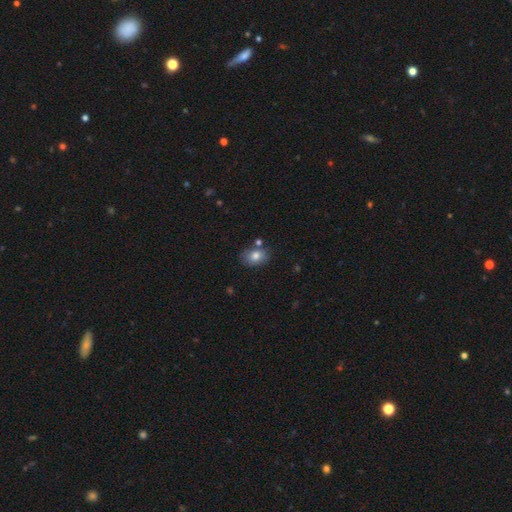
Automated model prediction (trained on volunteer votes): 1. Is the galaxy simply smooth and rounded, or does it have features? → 80% smooth, 11% featured or disk, 9% star or artifact.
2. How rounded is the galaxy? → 72% in between, 27% round, 1% cigar-shaped.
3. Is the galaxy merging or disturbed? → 74% none, 14% minor disturbance, 8% merger, 3% major disturbance.